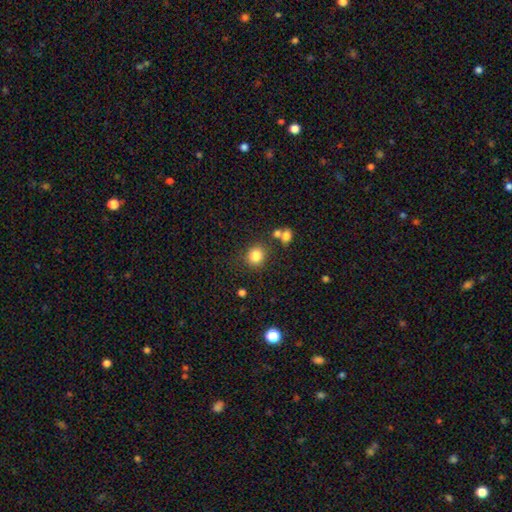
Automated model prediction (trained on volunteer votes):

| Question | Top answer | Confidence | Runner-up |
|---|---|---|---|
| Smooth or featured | smooth | 83% | star or artifact (11%) |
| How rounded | round | 86% | in between (13%) |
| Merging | none | 79% | minor disturbance (10%) |